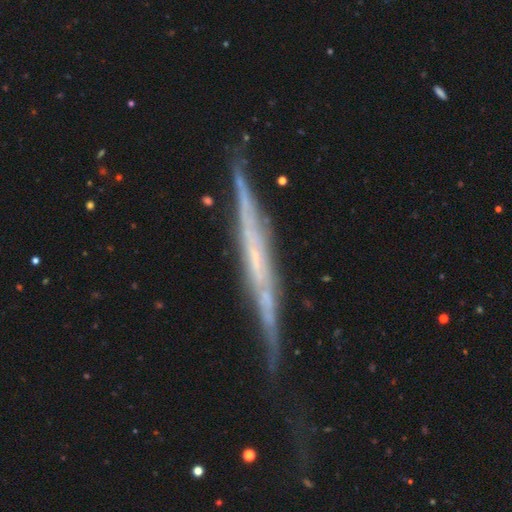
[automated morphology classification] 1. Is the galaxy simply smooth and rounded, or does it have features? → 75% featured or disk, 16% smooth, 9% star or artifact.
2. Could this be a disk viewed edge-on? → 94% yes, 6% no.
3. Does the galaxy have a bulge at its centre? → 78% none, 14% rounded, 9% boxy.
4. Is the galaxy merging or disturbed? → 69% none, 22% minor disturbance, 6% major disturbance, 3% merger.